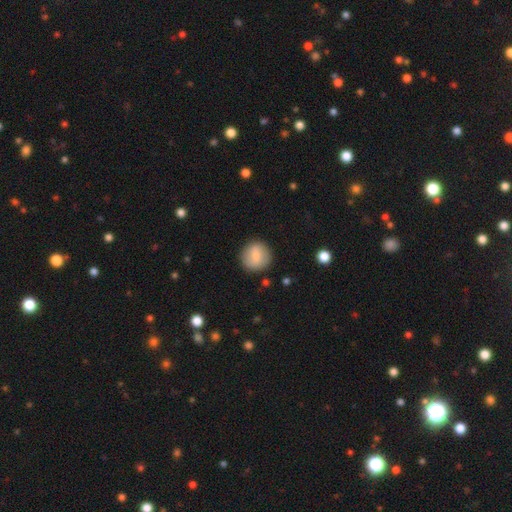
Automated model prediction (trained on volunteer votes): This appears to be a smooth galaxy with no disk features (76%) that is round (92%). Merging: none (87%).